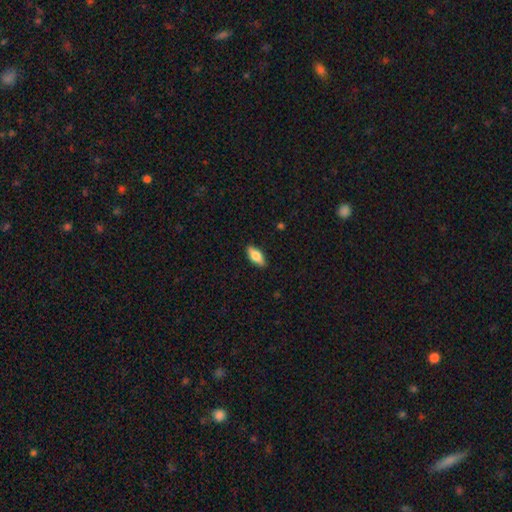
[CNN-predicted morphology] This appears to be a smooth galaxy with no disk features (74%) that is in between round and cigar-shaped (81%). Merging: none (88%).